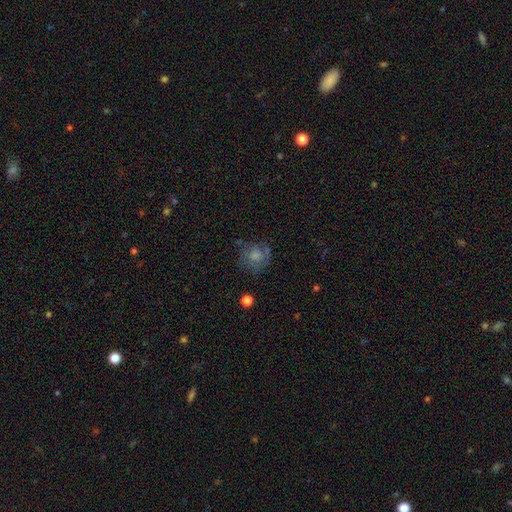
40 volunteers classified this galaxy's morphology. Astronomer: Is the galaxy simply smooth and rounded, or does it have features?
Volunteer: featured or disk — 60%.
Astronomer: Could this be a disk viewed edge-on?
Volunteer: no — 100%.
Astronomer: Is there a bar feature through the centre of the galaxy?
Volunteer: no — 96%.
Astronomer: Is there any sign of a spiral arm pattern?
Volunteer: yes — 50%, tied with no at 50%.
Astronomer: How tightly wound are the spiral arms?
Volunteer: tight — 83%.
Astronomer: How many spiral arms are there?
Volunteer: can't tell — 58%.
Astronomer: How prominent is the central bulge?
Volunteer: none — 58%.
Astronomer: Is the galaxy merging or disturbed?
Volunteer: none — 47% (runner-up: major disturbance, 33%).